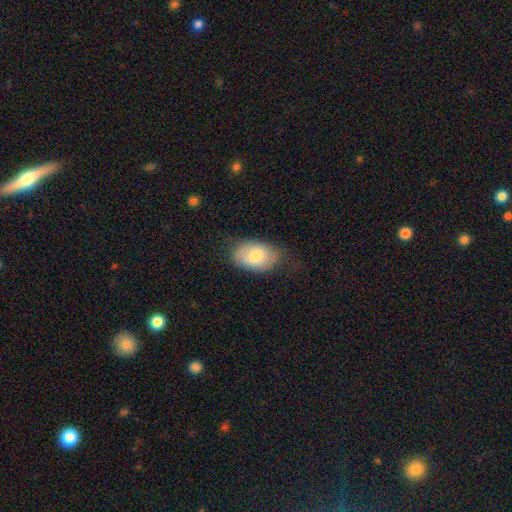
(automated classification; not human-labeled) smooth 77%, featured or disk 16%, star or artifact 7%. Down the decision tree: how rounded — in between (91%); merging — none (66%).